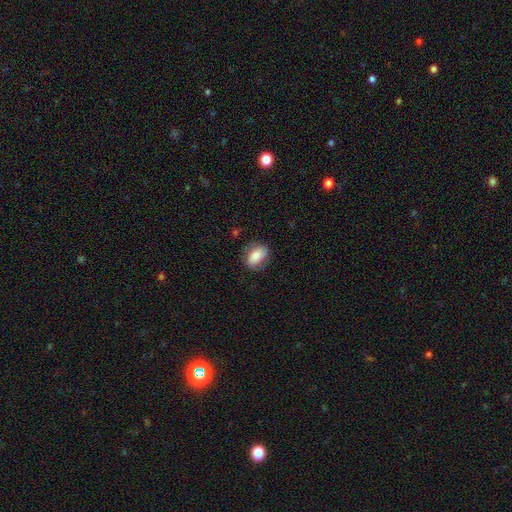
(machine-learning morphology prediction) smooth 73%, featured or disk 19%, star or artifact 8%. Down the decision tree: how rounded — in between (80%); merging — none (76%).